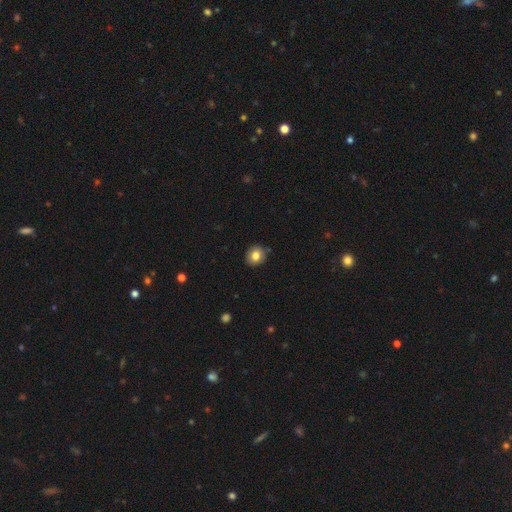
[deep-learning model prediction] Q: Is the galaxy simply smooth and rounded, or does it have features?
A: smooth — 80%.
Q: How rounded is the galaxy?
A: round — 72%.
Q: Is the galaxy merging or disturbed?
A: none — 86%.